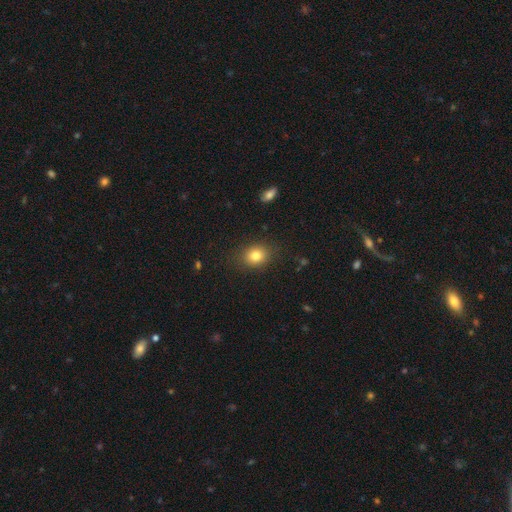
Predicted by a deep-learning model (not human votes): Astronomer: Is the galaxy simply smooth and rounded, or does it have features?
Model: smooth — 82%.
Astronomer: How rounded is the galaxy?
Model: round — 55% (runner-up: in between, 44%).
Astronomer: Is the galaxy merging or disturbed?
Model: none — 86%.